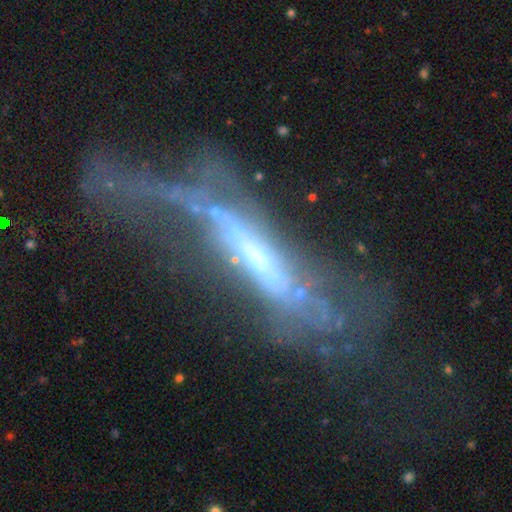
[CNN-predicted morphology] Smooth or featured? Predicted: featured or disk (p=0.73). Edge-on disk? Predicted: yes (p=0.51). Merging? Predicted: major disturbance (p=0.46).